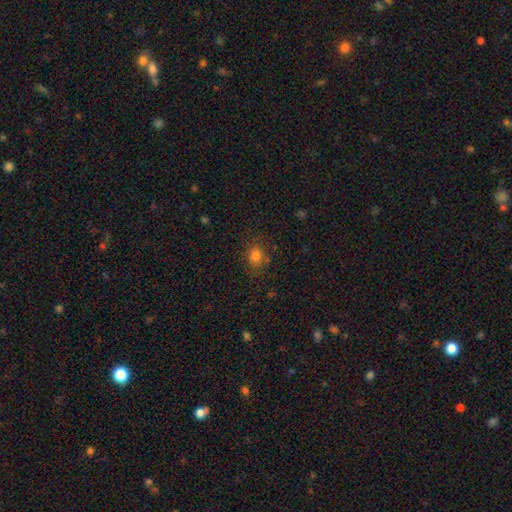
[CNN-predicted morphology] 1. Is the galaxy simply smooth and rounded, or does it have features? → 79% smooth, 14% star or artifact, 7% featured or disk.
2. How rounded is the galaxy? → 67% round, 32% in between, 1% cigar-shaped.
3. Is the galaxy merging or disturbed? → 78% none, 14% minor disturbance, 4% major disturbance, 4% merger.